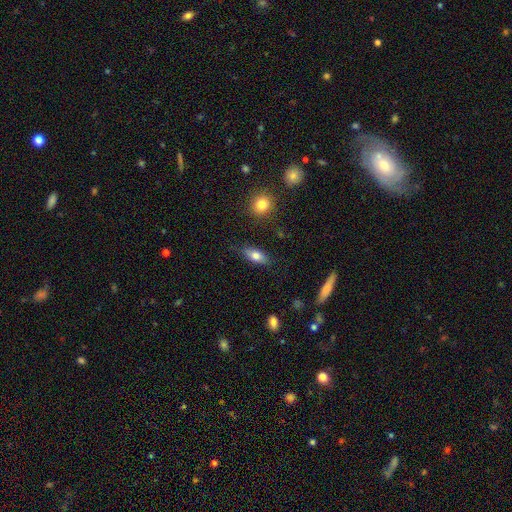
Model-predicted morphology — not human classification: Q: Smooth or featured?
A: smooth (75%); runner-up: featured or disk (18%)
Q: How rounded?
A: in between (81%); runner-up: cigar-shaped (15%)
Q: Merging?
A: none (82%); runner-up: minor disturbance (13%)